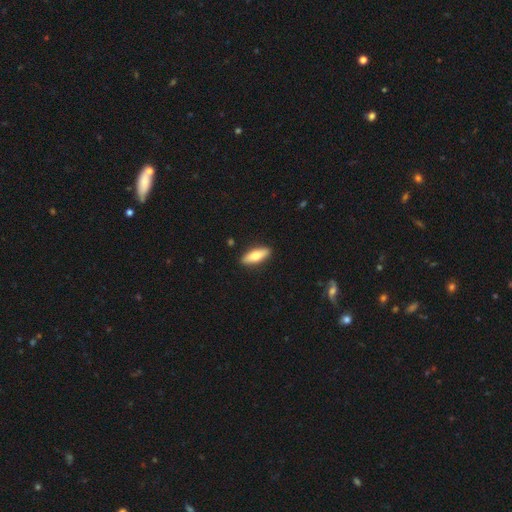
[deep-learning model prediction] The model was most divided on "how rounded": in between: 58%, cigar-shaped: 39%, round: 2%. More confident: merging — none (90%); smooth or featured — smooth (70%).